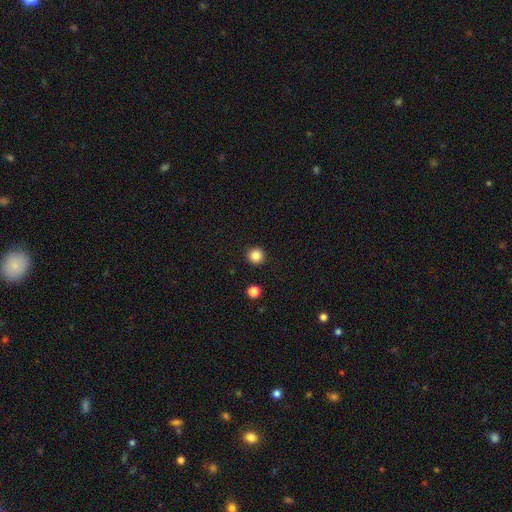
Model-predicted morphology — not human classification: smooth-or-featured: smooth: 85% | star or artifact: 11% | featured or disk: 4%
  how-rounded: round: 96% | in between: 4% | cigar-shaped: 1%
  merging: none: 93% | minor disturbance: 4% | major disturbance: 2% | merger: 1%